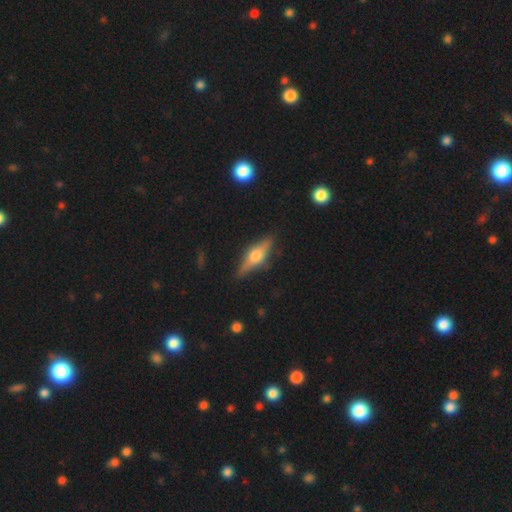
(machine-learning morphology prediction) Smooth or featured?
  - featured or disk: 63% *
  - smooth: 30%
  - star or artifact: 7%
Edge-on disk?
  - yes: 94% *
  - no: 6%
Edge-on bulge?
  - rounded: 93% *
  - boxy: 5%
  - none: 2%
Merging?
  - none: 85% *
  - minor disturbance: 11%
  - major disturbance: 3%
  - merger: 1%